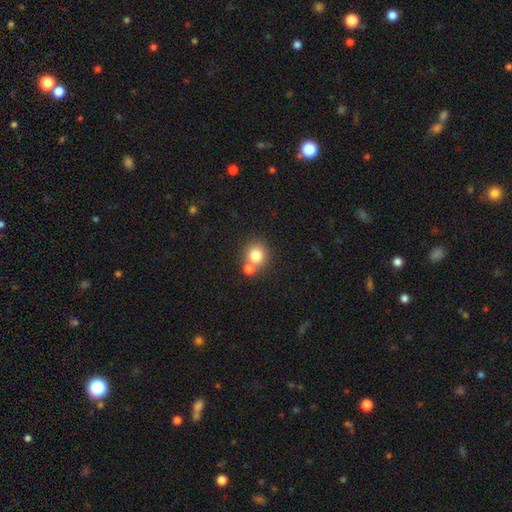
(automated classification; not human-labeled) Smooth or featured: smooth — 80% (star or artifact — 11%)
How rounded: round — 88% (in between — 11%)
Merging: none — 59% (merger — 31%)